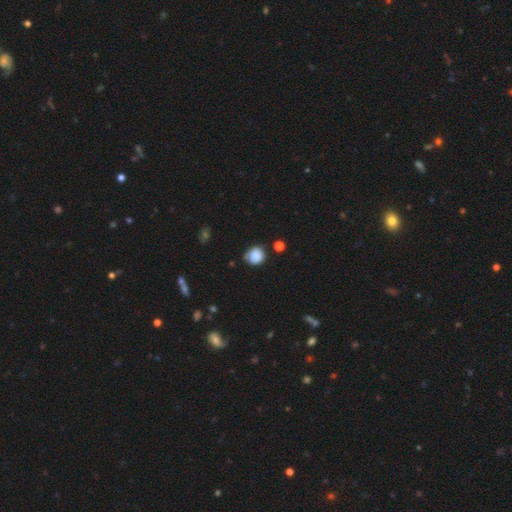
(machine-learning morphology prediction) Smooth or featured? smooth (85%)
How rounded? round (82%)
Merging? none (67%)